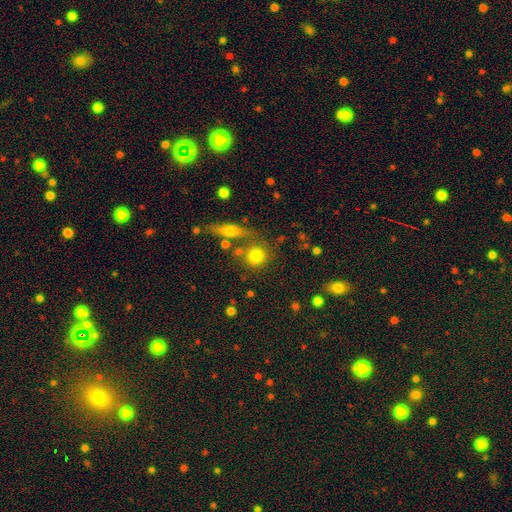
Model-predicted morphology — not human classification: type=smooth (77%); roundness=round (85%); merging=none (71%).